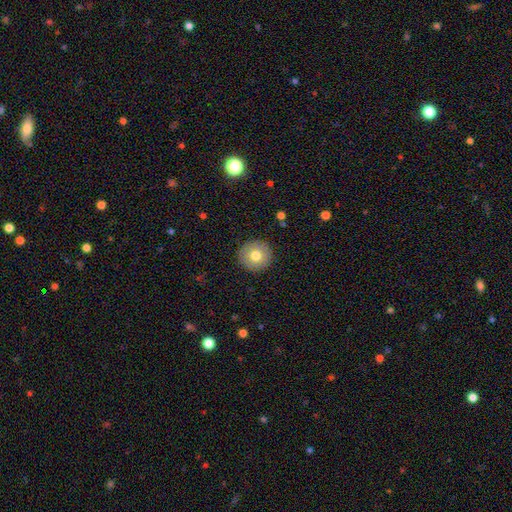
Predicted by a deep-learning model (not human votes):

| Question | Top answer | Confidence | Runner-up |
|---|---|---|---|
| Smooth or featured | smooth | 75% | featured or disk (16%) |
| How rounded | round | 95% | in between (4%) |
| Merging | none | 91% | minor disturbance (6%) |